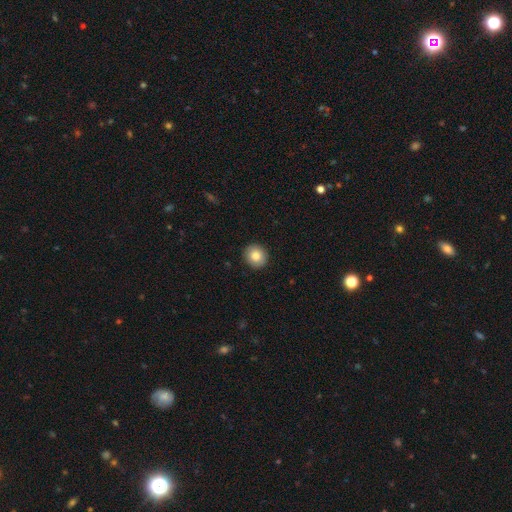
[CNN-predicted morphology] Overall: smooth (84%). How rounded: round (88%). Merging: none (92%).